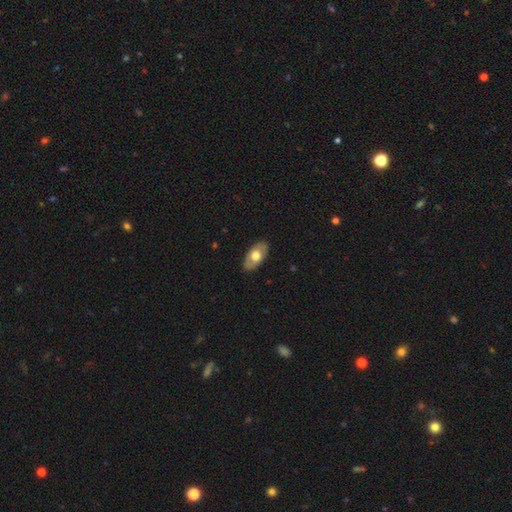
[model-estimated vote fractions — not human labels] Overall: smooth (63%; featured or disk 32%). How rounded: in between (92%). Merging: none (84%).